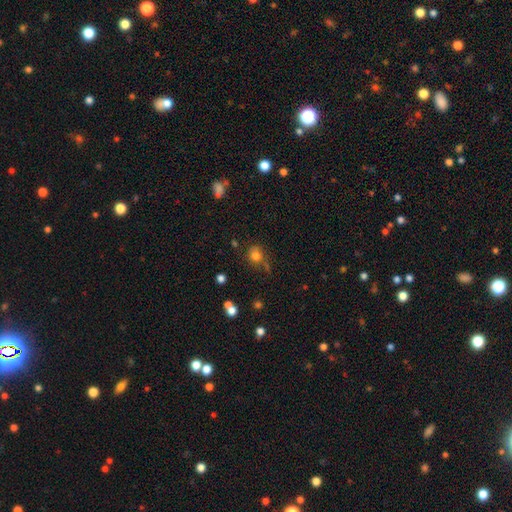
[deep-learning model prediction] smooth-or-featured: smooth: 78% | star or artifact: 14% | featured or disk: 8%
  how-rounded: round: 78% | in between: 21% | cigar-shaped: 1%
  merging: none: 65% | minor disturbance: 19% | merger: 9% | major disturbance: 7%